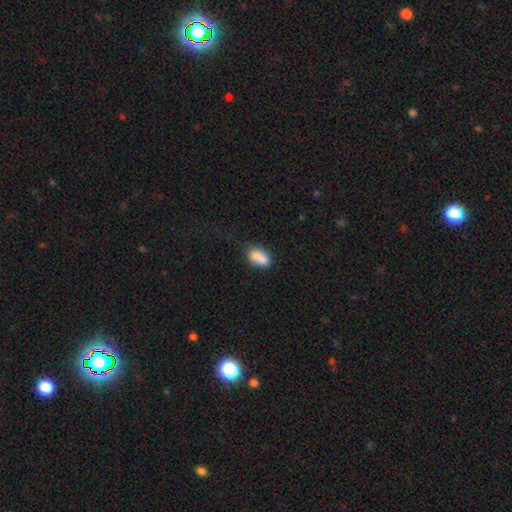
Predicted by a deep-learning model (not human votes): A smooth galaxy with no disk features (75%) that is in between round and cigar-shaped (80%).

Vote fractions:
- Smooth or featured? smooth: 75% / featured or disk: 16% / star or artifact: 9%
- How rounded? in between: 80% / round: 17% / cigar-shaped: 3%
- Merging? merger: 43% / none: 33% / minor disturbance: 17% / major disturbance: 7%